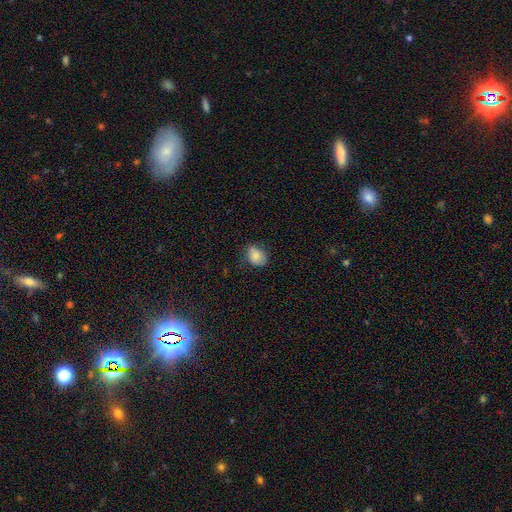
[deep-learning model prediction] smooth_or_featured: smooth (p=0.81) [alt: featured or disk p=0.11]
how_rounded: in between (p=0.64) [alt: round p=0.35]
merging: none (p=0.74) [alt: minor disturbance p=0.21]